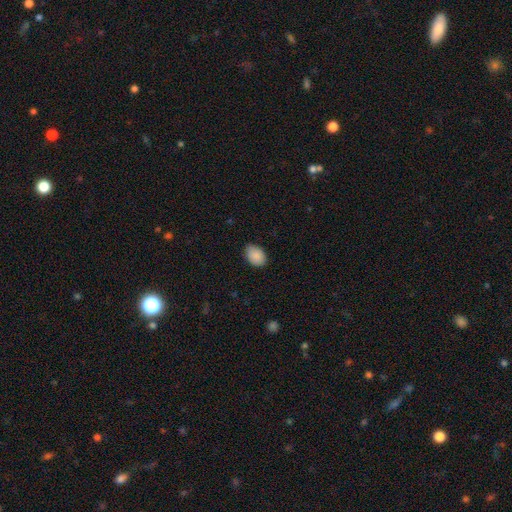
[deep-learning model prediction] This appears to be a smooth galaxy with no disk features (89%) that is in between round and cigar-shaped (80%). Merging: none (82%).